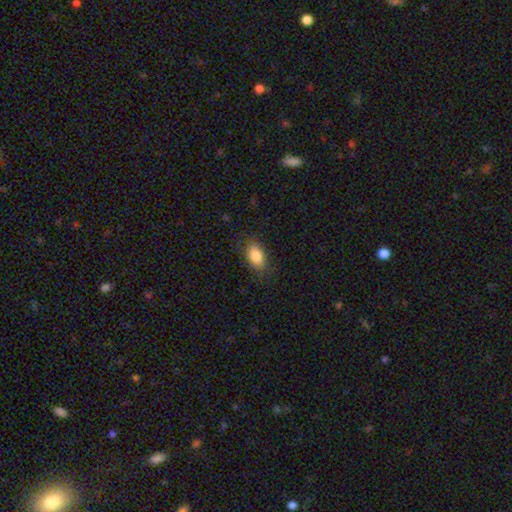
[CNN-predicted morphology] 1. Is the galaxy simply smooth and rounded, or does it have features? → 85% smooth, 8% star or artifact, 7% featured or disk.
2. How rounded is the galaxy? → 90% in between, 8% round, 3% cigar-shaped.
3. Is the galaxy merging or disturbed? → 80% none, 14% minor disturbance, 4% major disturbance, 1% merger.